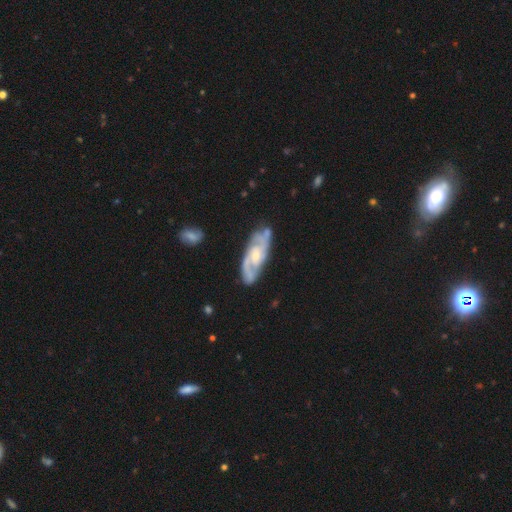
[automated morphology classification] Smooth or featured? Predicted: featured or disk (p=0.83). Edge-on disk? Predicted: no (p=0.91). Bar? Predicted: no (p=0.56). Spiral arms? Predicted: yes (p=0.95). Spiral winding? Predicted: medium (p=0.45). Spiral arm count? Predicted: 2 (p=0.57). Bulge size? Predicted: small (p=0.52). Merging? Predicted: none (p=0.73).